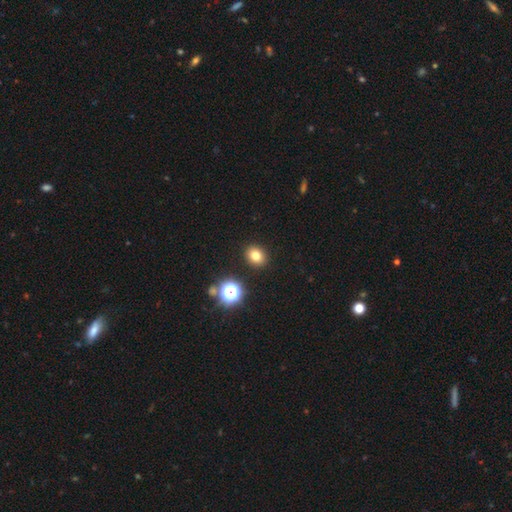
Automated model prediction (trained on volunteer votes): A smooth galaxy with no disk features (77%) that is round (55%). Merging: none (90%).